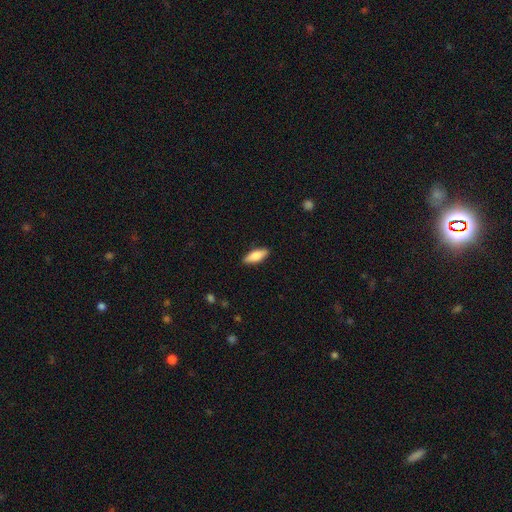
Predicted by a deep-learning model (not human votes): A smooth galaxy with no disk features (80%) that is in between round and cigar-shaped (68%).

Vote fractions:
- Smooth or featured? smooth: 80% / featured or disk: 15% / star or artifact: 6%
- How rounded? in between: 68% / cigar-shaped: 30% / round: 2%
- Merging? none: 88% / minor disturbance: 9% / major disturbance: 2% / merger: 1%